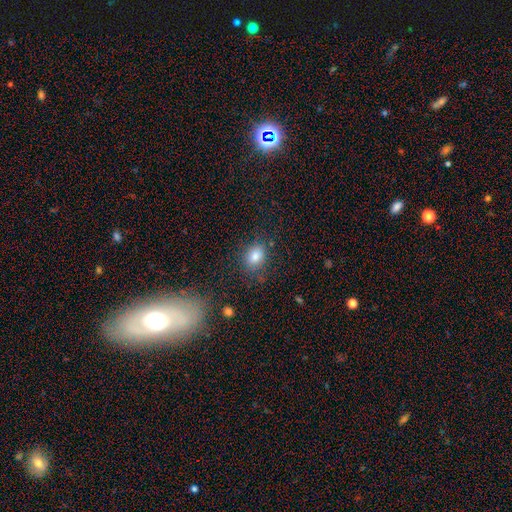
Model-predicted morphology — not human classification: A smooth galaxy with no disk features (81%) that is in between round and cigar-shaped (60%).

Vote fractions:
- Smooth or featured? smooth: 81% / star or artifact: 11% / featured or disk: 8%
- How rounded? in between: 60% / round: 39% / cigar-shaped: 1%
- Merging? none: 76% / minor disturbance: 15% / major disturbance: 6% / merger: 3%